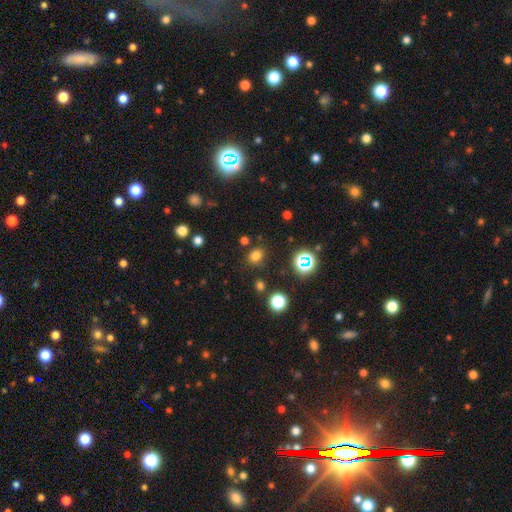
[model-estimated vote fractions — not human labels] smooth-or-featured: smooth: 72% | star or artifact: 22% | featured or disk: 6%
  how-rounded: round: 64% | in between: 35% | cigar-shaped: 1%
  merging: none: 82% | minor disturbance: 11% | major disturbance: 4% | merger: 3%